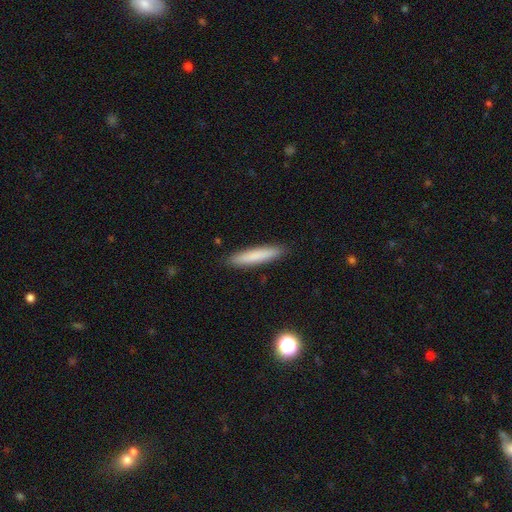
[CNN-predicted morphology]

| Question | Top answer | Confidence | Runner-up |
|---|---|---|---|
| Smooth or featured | smooth | 80% | featured or disk (14%) |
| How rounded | cigar-shaped | 91% | in between (8%) |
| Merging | none | 91% | minor disturbance (7%) |